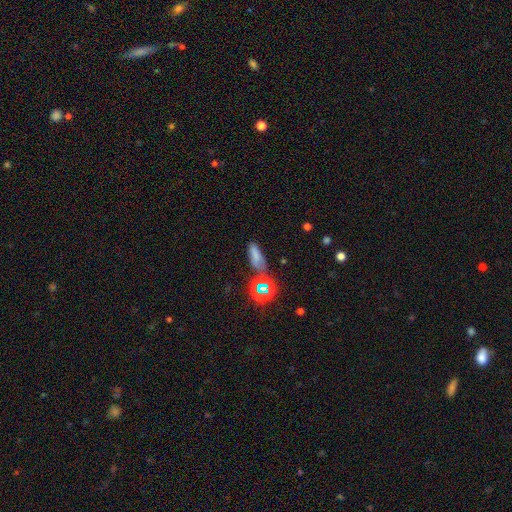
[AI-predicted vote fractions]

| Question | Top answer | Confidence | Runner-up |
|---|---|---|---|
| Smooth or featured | smooth | 63% | star or artifact (25%) |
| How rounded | in between | 56% | cigar-shaped (33%) |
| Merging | none | 59% | minor disturbance (21%) |